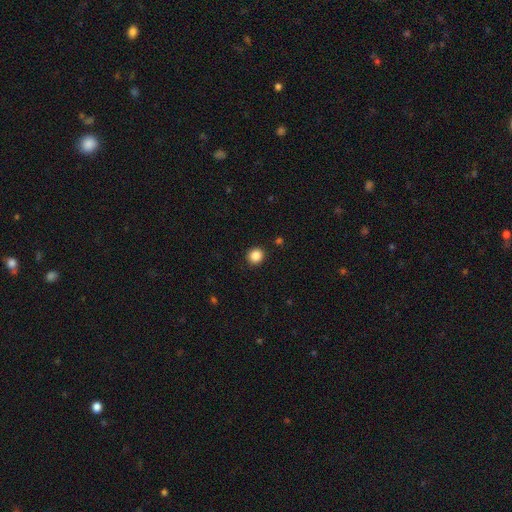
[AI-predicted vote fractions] Smooth or featured? smooth (86%)
How rounded? round (89%)
Merging? none (92%)